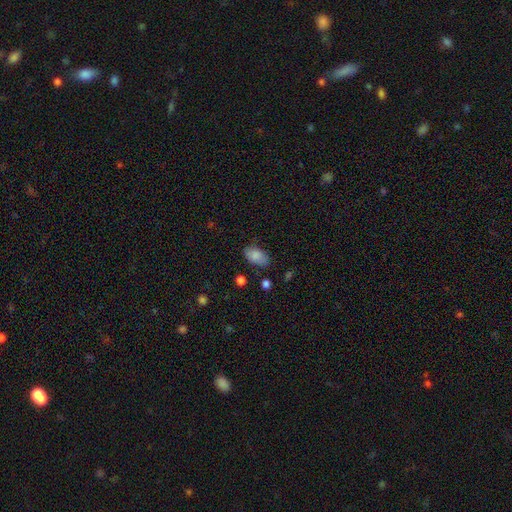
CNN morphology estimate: A smooth galaxy with no disk features (84%) that is in between round and cigar-shaped (92%). Merging: none (71%).